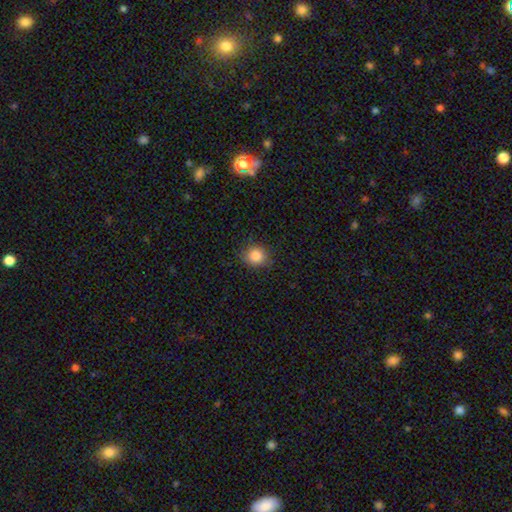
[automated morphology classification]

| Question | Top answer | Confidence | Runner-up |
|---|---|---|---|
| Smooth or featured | smooth | 85% | star or artifact (10%) |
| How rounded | round | 77% | in between (22%) |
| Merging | none | 82% | minor disturbance (14%) |